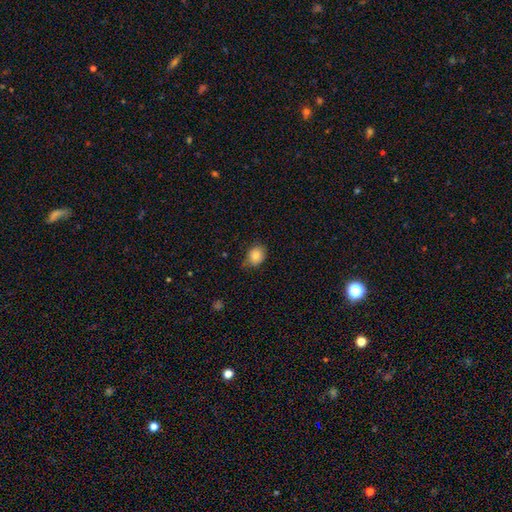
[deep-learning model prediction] smooth 83%, star or artifact 9%, featured or disk 8%. Down the decision tree: how rounded — round (56%); merging — none (63%).